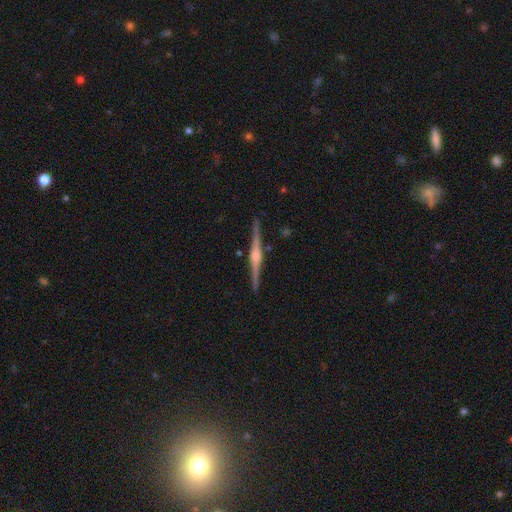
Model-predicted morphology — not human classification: A featured or disk galaxy (87%) viewed edge-on (99%) with a rounded central bulge (80%). Merging: none (91%).